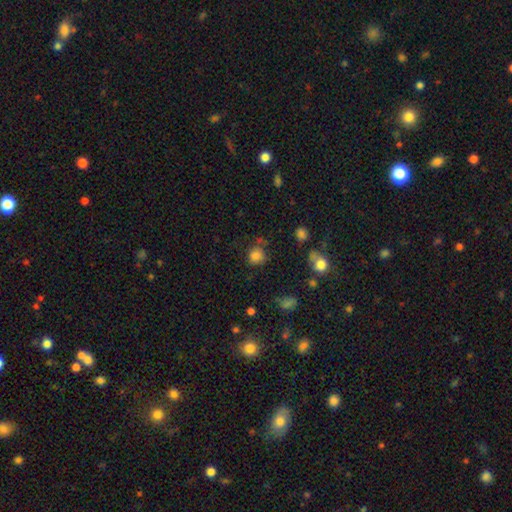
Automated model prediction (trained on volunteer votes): Smooth or featured? Predicted: smooth (p=0.81). How rounded? Predicted: round (p=0.80). Merging? Predicted: none (p=0.67).